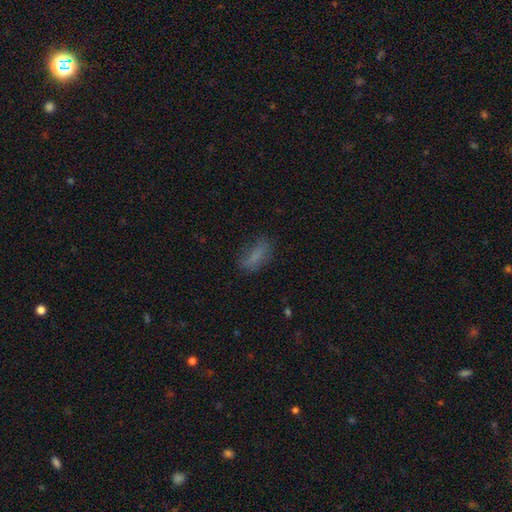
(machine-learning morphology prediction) Smooth or featured? Predicted: smooth (p=0.71). How rounded? Predicted: in between (p=0.76). Merging? Predicted: none (p=0.60).